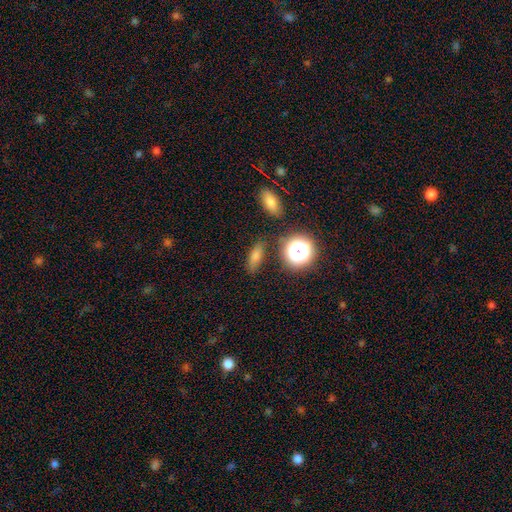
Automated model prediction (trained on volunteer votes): Smooth or featured? Predicted: smooth (p=0.65). How rounded? Predicted: in between (p=0.57). Merging? Predicted: none (p=0.81).